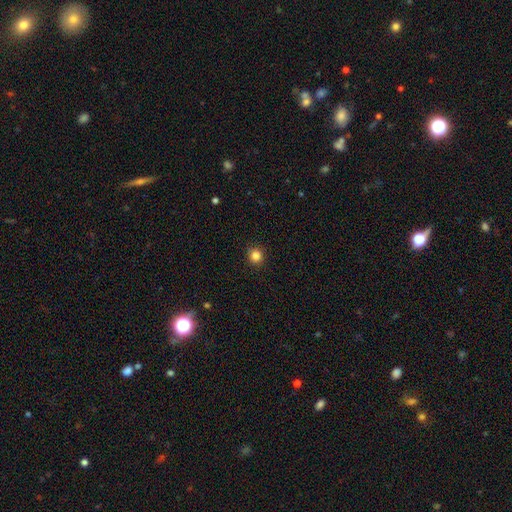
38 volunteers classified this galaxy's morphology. Smooth or featured? 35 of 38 (92%) said smooth. How rounded? 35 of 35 (100%) said round. Merging? 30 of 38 (79%) said none.